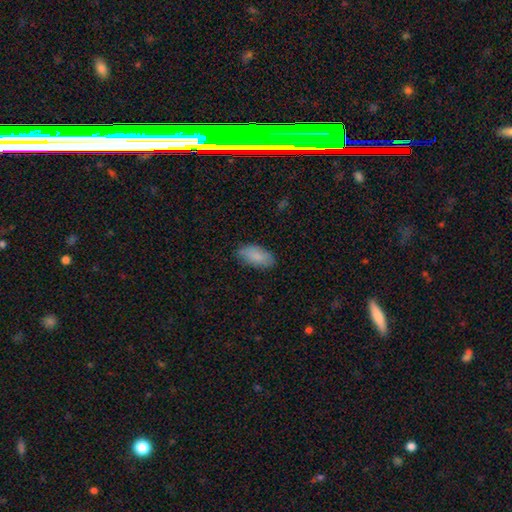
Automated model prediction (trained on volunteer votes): smooth 86%, featured or disk 8%, star or artifact 6%. Down the decision tree: how rounded — in between (92%); merging — none (82%).